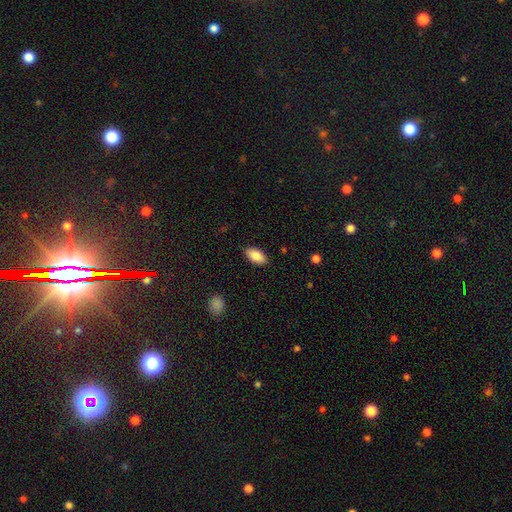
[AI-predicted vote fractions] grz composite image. It shows a smooth galaxy with no disk features (85%) that is in between round and cigar-shaped (93%). Merging: none (88%).